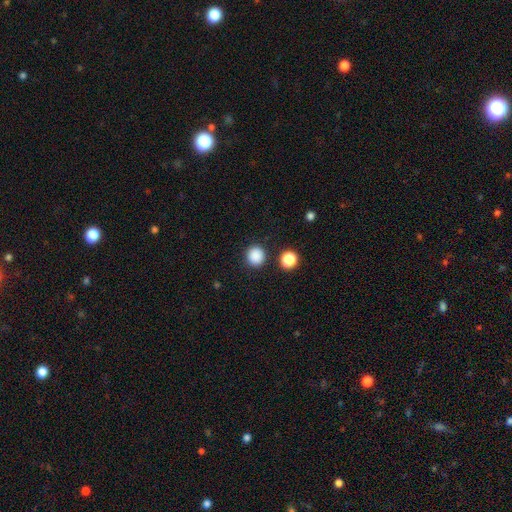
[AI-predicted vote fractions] A smooth galaxy with no disk features (87%) that is round (90%). Merging: none (89%).